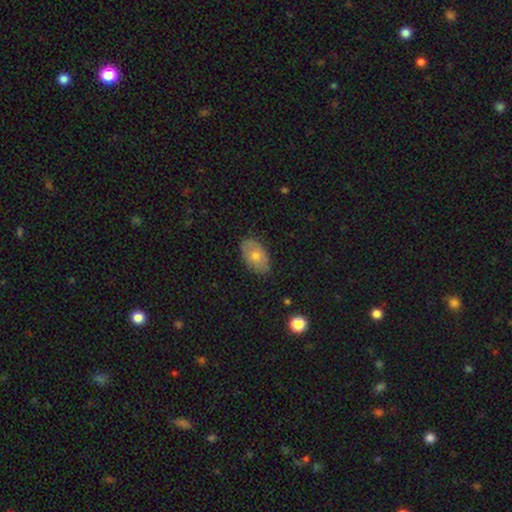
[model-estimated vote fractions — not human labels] A smooth galaxy with no disk features (63%) that is in between round and cigar-shaped (90%).

Vote fractions:
- Smooth or featured? smooth: 63% / featured or disk: 30% / star or artifact: 8%
- How rounded? in between: 90% / round: 8% / cigar-shaped: 2%
- Merging? none: 83% / minor disturbance: 13% / major disturbance: 3% / merger: 1%